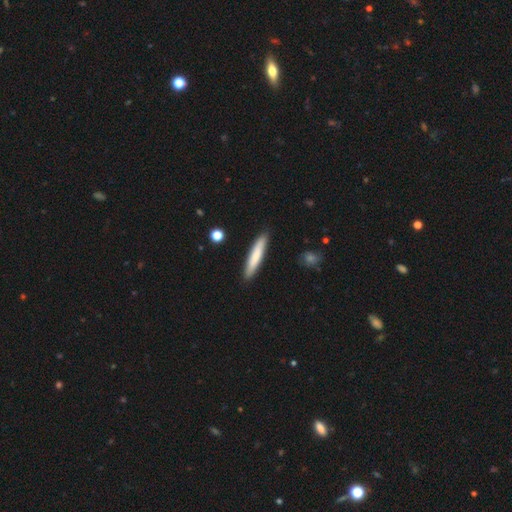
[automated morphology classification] The model was most divided on "smooth or featured": smooth: 75%, featured or disk: 20%, star or artifact: 5%. More confident: how rounded — cigar-shaped (91%); merging — none (89%).